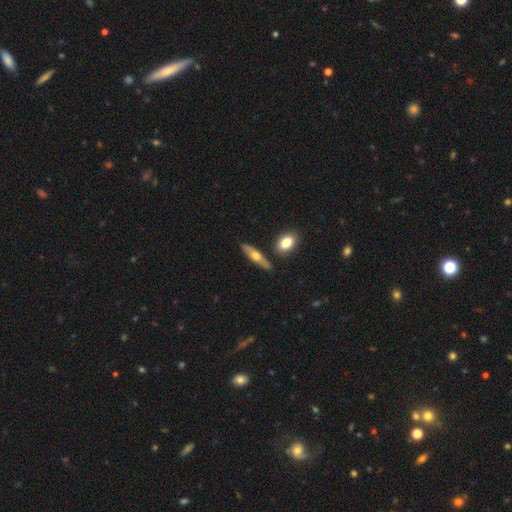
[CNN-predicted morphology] Smooth or featured: featured or disk — 52% (smooth — 42%)
Edge-on disk: yes — 88% (no — 12%)
Merging: none — 81% (minor disturbance — 11%)